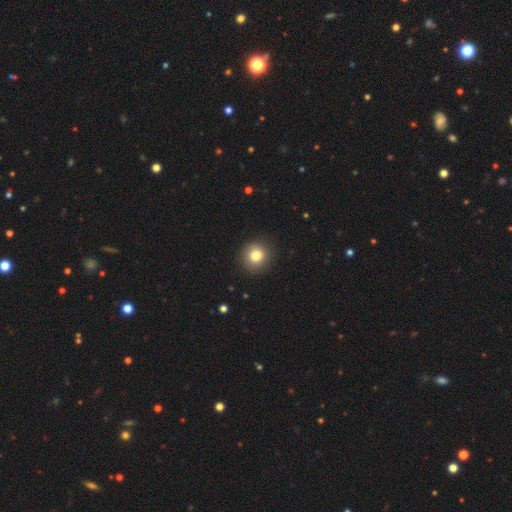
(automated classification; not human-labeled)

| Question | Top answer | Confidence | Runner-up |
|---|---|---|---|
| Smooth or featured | smooth | 81% | star or artifact (10%) |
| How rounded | round | 93% | in between (6%) |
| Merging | none | 90% | minor disturbance (7%) |